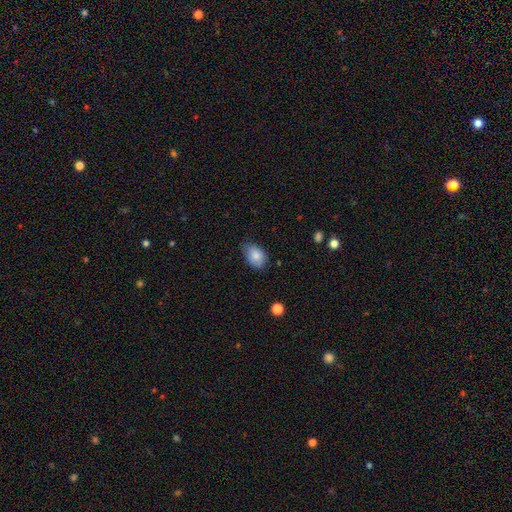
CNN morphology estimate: Smooth or featured? smooth (83%)
How rounded? in between (81%)
Merging? none (61%)